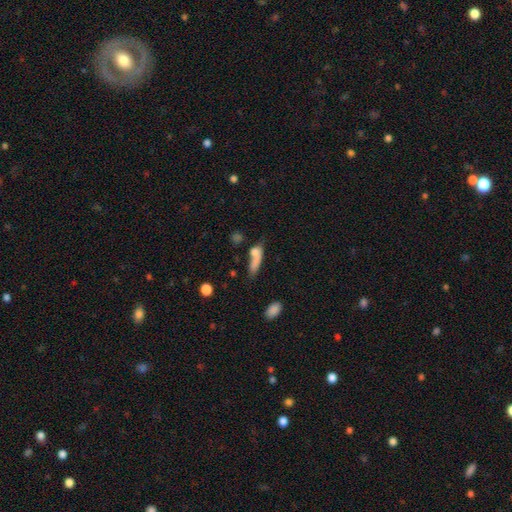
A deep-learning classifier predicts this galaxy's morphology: This appears to be a smooth galaxy with no disk features (69%) that is cigar-shaped (49%). Merging: merger (33%).